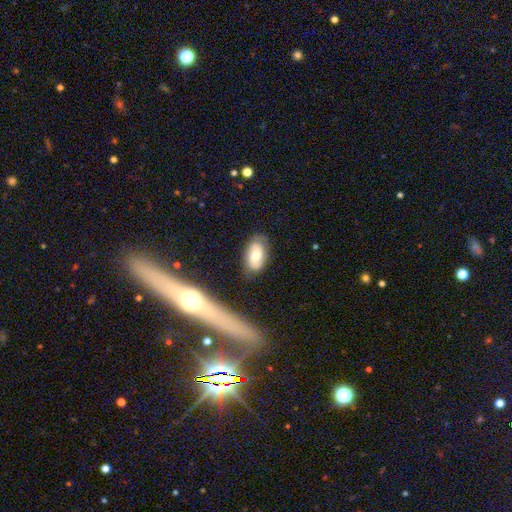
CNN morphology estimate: Overall: smooth (63%; featured or disk 29%). How rounded: in between (92%). Merging: none (76%).